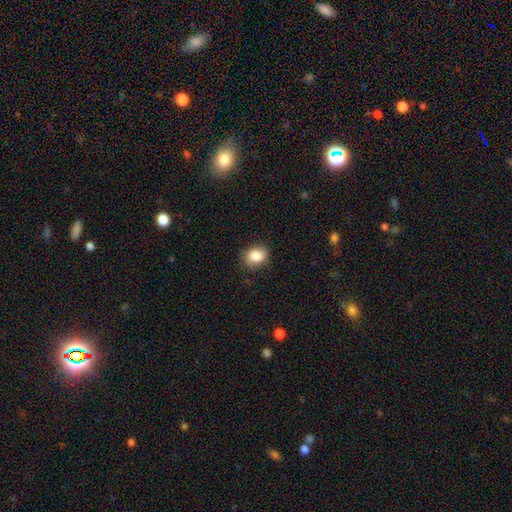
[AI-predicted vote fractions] smooth_or_featured: smooth (p=0.85) [alt: star or artifact p=0.09]
how_rounded: round (p=0.53) [alt: in between p=0.47]
merging: none (p=0.80) [alt: minor disturbance p=0.16]